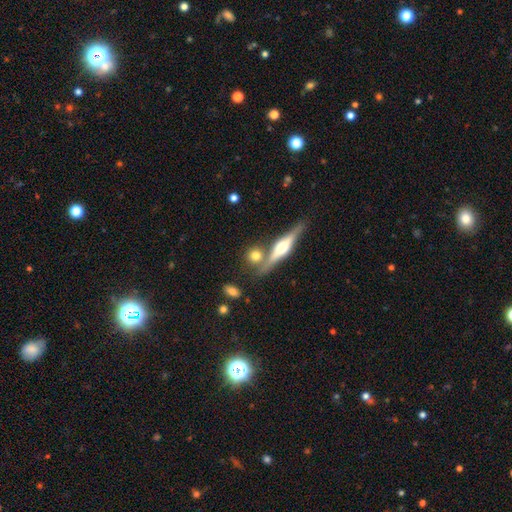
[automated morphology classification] A smooth galaxy with no disk features (63%) that is round (73%). Merging: none (64%).